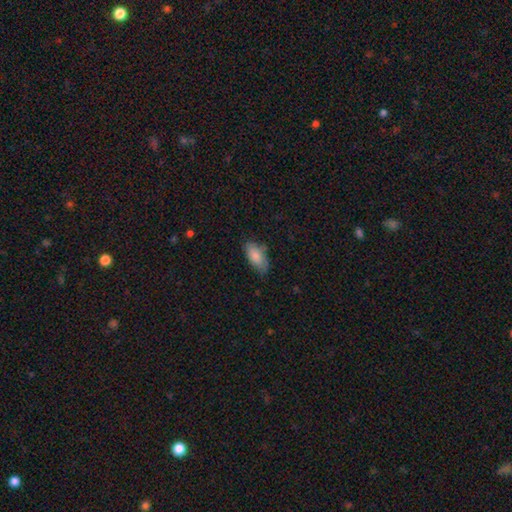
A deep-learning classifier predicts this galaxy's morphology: Smooth or featured?
  - smooth: 84% *
  - featured or disk: 9%
  - star or artifact: 6%
How rounded?
  - in between: 89% *
  - cigar-shaped: 8%
  - round: 2%
Merging?
  - none: 69% *
  - minor disturbance: 25%
  - major disturbance: 4%
  - merger: 2%